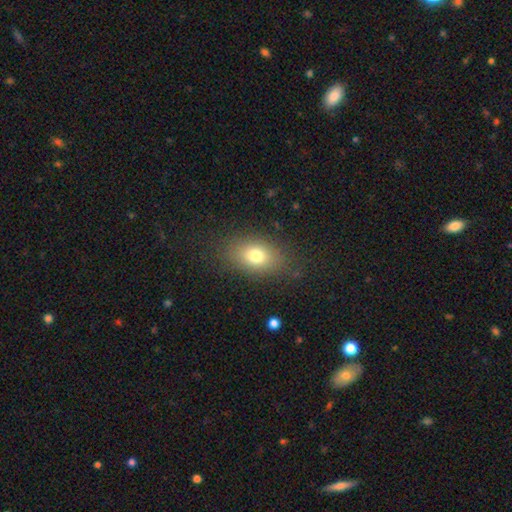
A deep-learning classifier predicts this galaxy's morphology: A smooth galaxy with no disk features (76%) that is in between round and cigar-shaped (79%).

Vote fractions:
- Smooth or featured? smooth: 76% / featured or disk: 13% / star or artifact: 11%
- How rounded? in between: 79% / round: 19% / cigar-shaped: 2%
- Merging? none: 80% / minor disturbance: 13% / major disturbance: 6% / merger: 1%